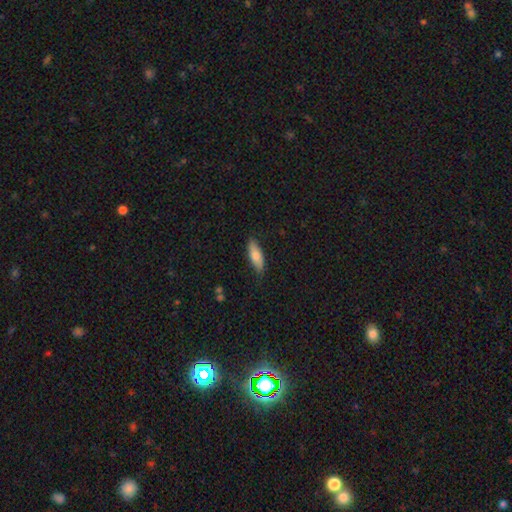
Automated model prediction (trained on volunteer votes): Smooth or featured?
  - smooth: 77% *
  - featured or disk: 17%
  - star or artifact: 6%
How rounded?
  - in between: 59% *
  - cigar-shaped: 39%
  - round: 2%
Merging?
  - none: 81% *
  - minor disturbance: 15%
  - major disturbance: 3%
  - merger: 1%